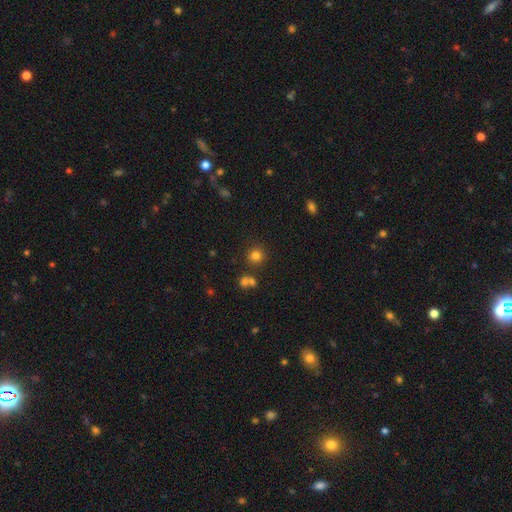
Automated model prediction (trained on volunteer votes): This appears to be a smooth galaxy with no disk features (77%) that is round (90%). Merging: none (78%).